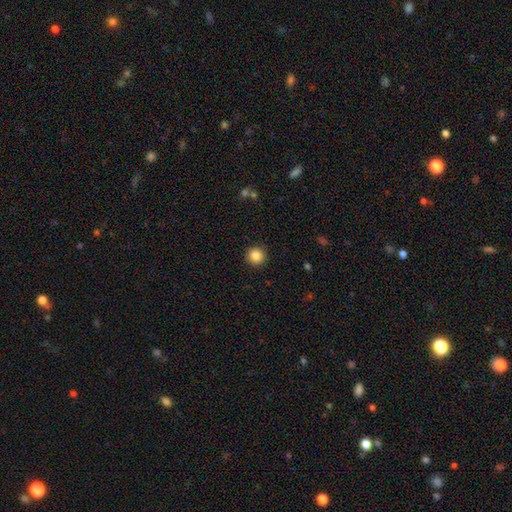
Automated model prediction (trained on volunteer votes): A smooth galaxy with no disk features (86%) that is round (95%). Merging: none (92%).